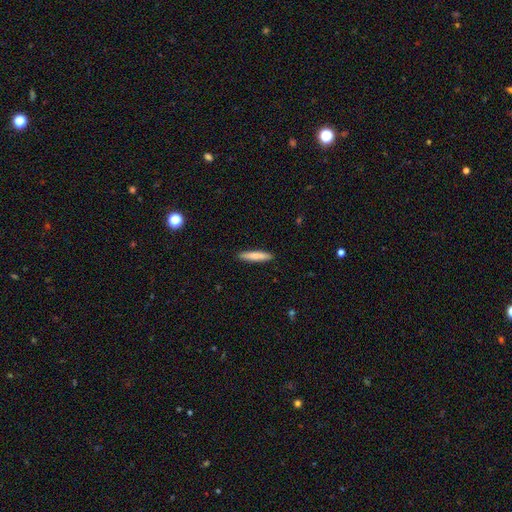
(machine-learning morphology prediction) smooth_or_featured: smooth (p=0.79) [alt: featured or disk p=0.15]
how_rounded: cigar-shaped (p=0.91) [alt: in between p=0.08]
merging: none (p=0.92) [alt: minor disturbance p=0.06]